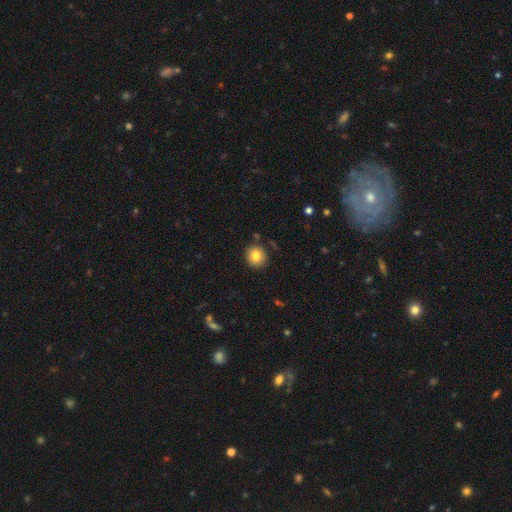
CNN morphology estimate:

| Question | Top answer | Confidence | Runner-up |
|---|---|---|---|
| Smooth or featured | smooth | 83% | star or artifact (9%) |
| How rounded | round | 89% | in between (11%) |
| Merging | none | 86% | minor disturbance (9%) |